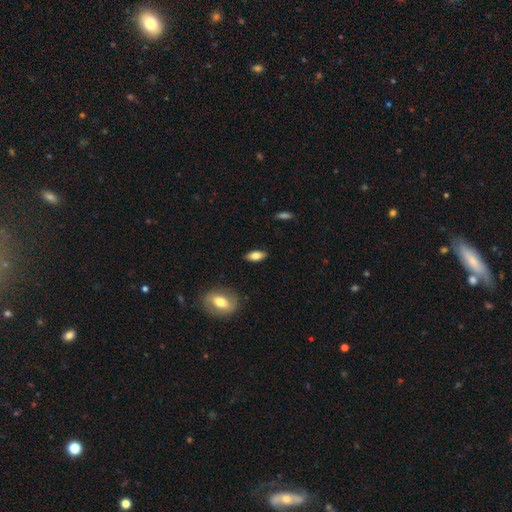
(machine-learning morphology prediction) The model was most divided on "smooth or featured": smooth: 77%, featured or disk: 16%, star or artifact: 7%. More confident: merging — none (87%); how rounded — in between (82%).